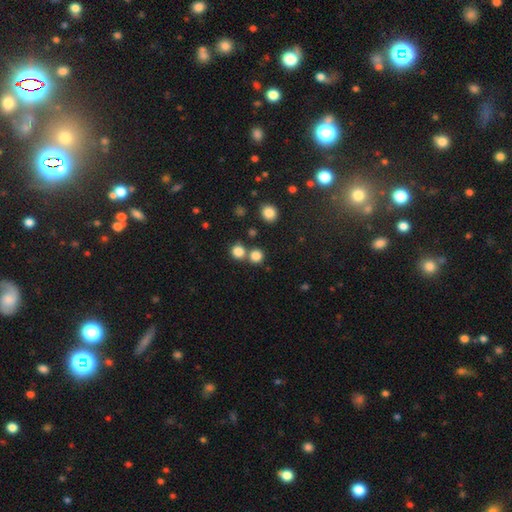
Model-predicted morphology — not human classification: Smooth or featured?
  - smooth: 81% *
  - star or artifact: 13%
  - featured or disk: 5%
How rounded?
  - round: 90% *
  - in between: 9%
  - cigar-shaped: 1%
Merging?
  - none: 65% *
  - merger: 25%
  - minor disturbance: 6%
  - major disturbance: 3%